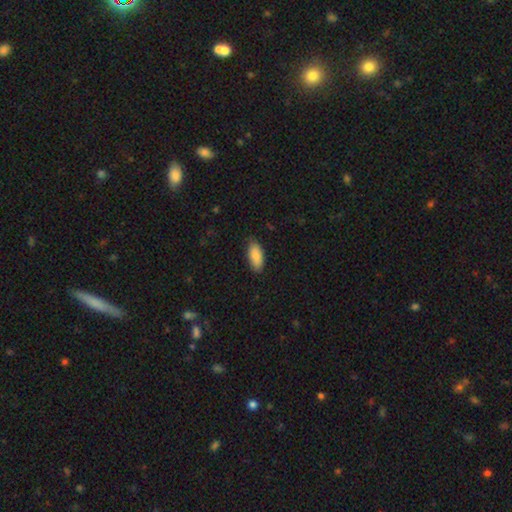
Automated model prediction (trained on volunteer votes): smooth-or-featured: smooth: 88% | featured or disk: 6% | star or artifact: 6%
  how-rounded: in between: 86% | cigar-shaped: 12% | round: 2%
  merging: none: 84% | minor disturbance: 13% | major disturbance: 2% | merger: 1%